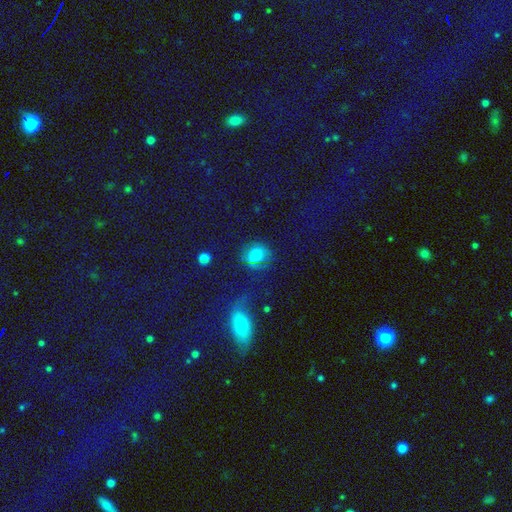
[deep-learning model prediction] Overall: smooth (61%). How rounded: round (69%). Merging: none (55%; minor disturbance 21%).